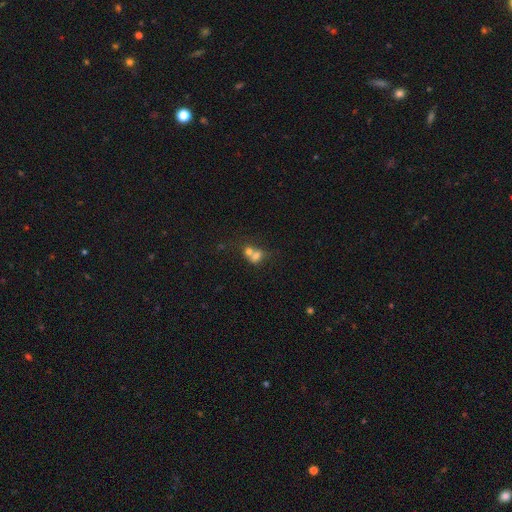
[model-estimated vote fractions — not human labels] smooth_or_featured: smooth (p=0.66) [alt: featured or disk p=0.20]
how_rounded: round (p=0.54) [alt: in between p=0.45]
merging: merger (p=0.68) [alt: none p=0.21]